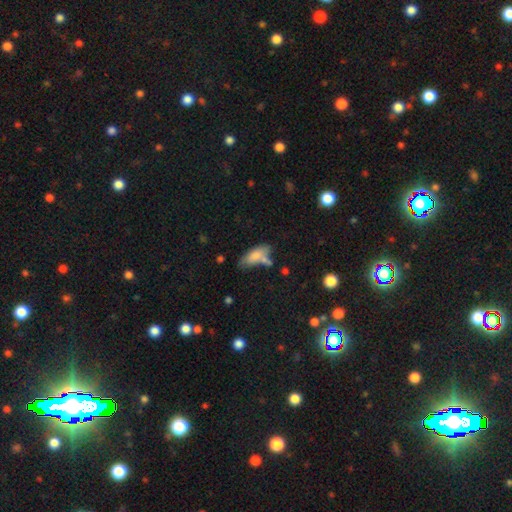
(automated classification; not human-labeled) Morphology: type=smooth (75%); roundness=in between (76%); merging=none (45%).